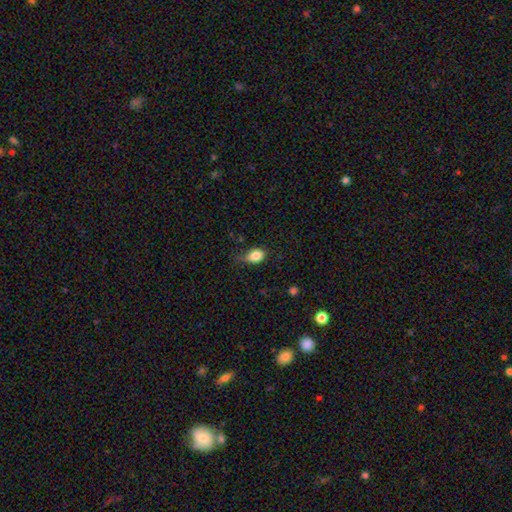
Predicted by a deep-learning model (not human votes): A smooth galaxy with no disk features (84%) that is in between round and cigar-shaped (72%).

Vote fractions:
- Smooth or featured? smooth: 84% / star or artifact: 9% / featured or disk: 7%
- How rounded? in between: 72% / round: 27% / cigar-shaped: 2%
- Merging? none: 51% / minor disturbance: 35% / major disturbance: 11% / merger: 2%